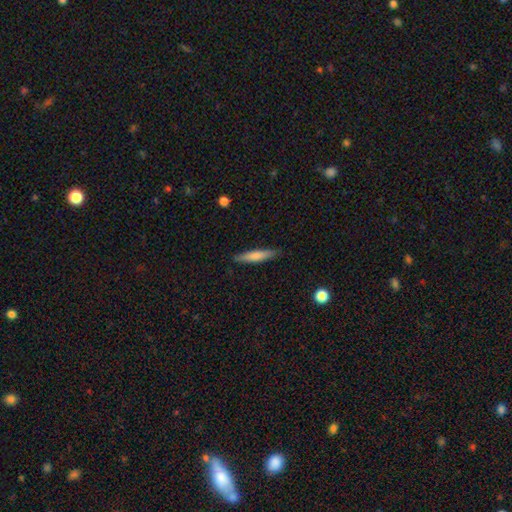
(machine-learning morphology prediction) This appears to be a smooth galaxy with no disk features (72%) that is cigar-shaped (88%). Merging: none (88%).